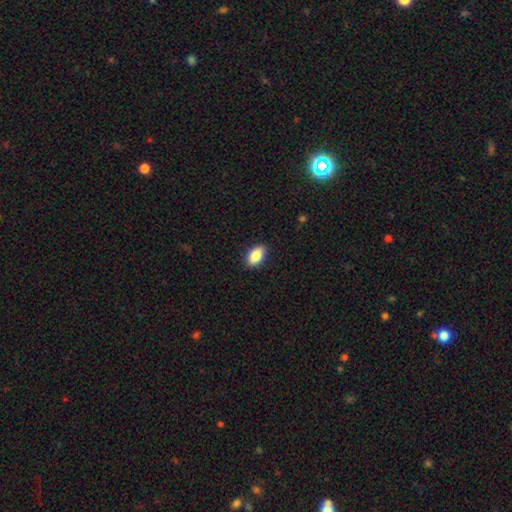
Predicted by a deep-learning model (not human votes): smooth_or_featured: smooth (p=0.85) [alt: featured or disk p=0.08]
how_rounded: in between (p=0.91) [alt: round p=0.06]
merging: none (p=0.89) [alt: minor disturbance p=0.08]